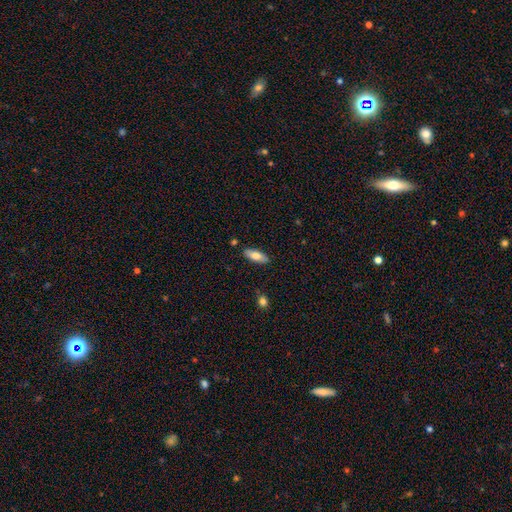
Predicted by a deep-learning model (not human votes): This appears to be a smooth galaxy with no disk features (76%) that is in between round and cigar-shaped (71%). Merging: none (86%).